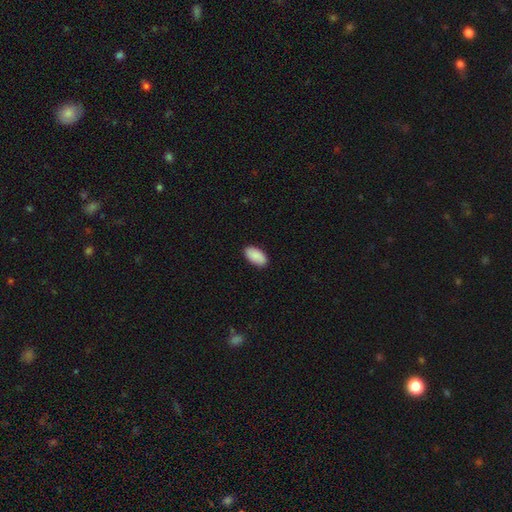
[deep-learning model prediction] smooth 90%, star or artifact 6%, featured or disk 4%. Down the decision tree: how rounded — in between (96%); merging — none (90%).